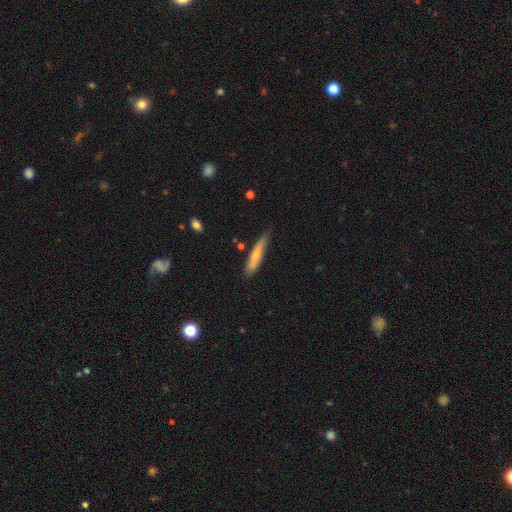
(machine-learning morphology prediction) Q: Smooth or featured?
A: smooth (66%); runner-up: featured or disk (28%)
Q: How rounded?
A: cigar-shaped (87%); runner-up: in between (11%)
Q: Merging?
A: none (72%); runner-up: minor disturbance (23%)